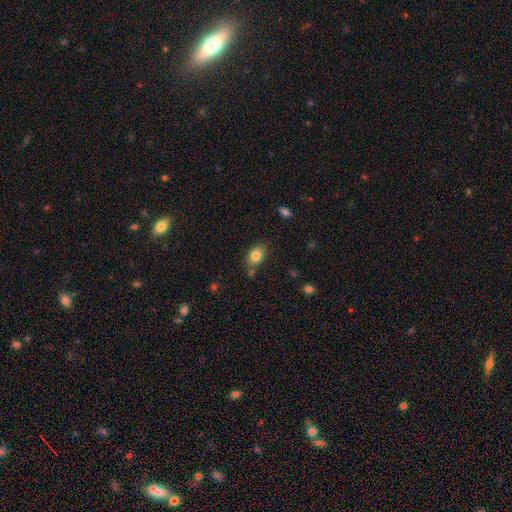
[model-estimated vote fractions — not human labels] Morphology: type=smooth (83%); roundness=in between (80%); merging=none (69%).